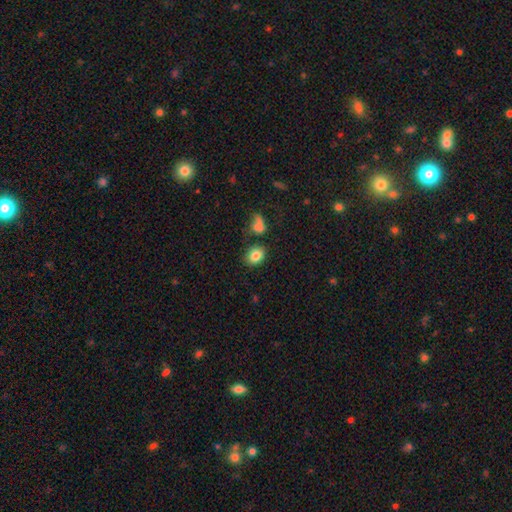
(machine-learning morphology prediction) The model was most divided on "how rounded": in between: 56%, round: 43%, cigar-shaped: 1%. More confident: smooth or featured — smooth (83%); merging — none (74%).